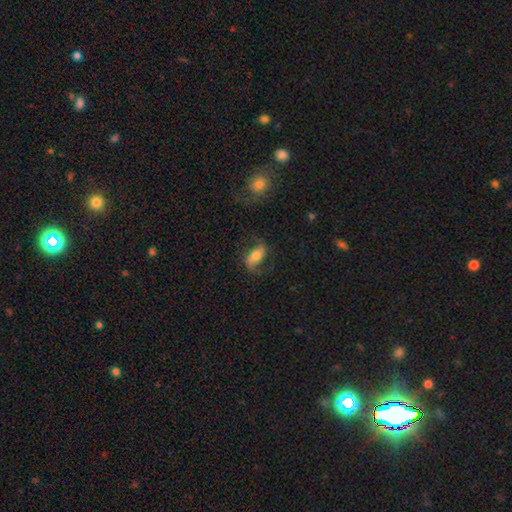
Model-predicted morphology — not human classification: A featured or disk galaxy (56%) with a strong bar (35%), spiral arms (86%) and a moderate central bulge (57%).

Vote fractions:
- Smooth or featured? featured or disk: 56% / smooth: 36% / star or artifact: 8%
- Edge-on disk? no: 90% / yes: 10%
- Bar? strong: 35% / no: 34% / weak: 31%
- Spiral arms? yes: 86% / no: 14%
- Bulge size? moderate: 57% / small: 23% / large: 14% / none: 3% / dominant: 3%
- Merging? none: 67% / minor disturbance: 18% / major disturbance: 12% / merger: 2%